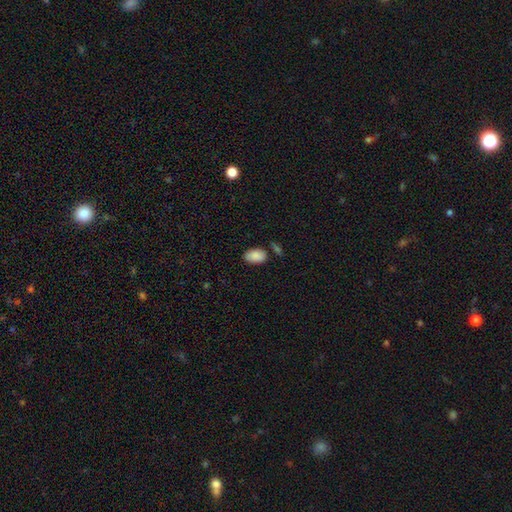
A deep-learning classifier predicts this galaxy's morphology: Smooth or featured: smooth — 88% (star or artifact — 7%)
How rounded: in between — 93% (round — 6%)
Merging: none — 74% (minor disturbance — 15%)